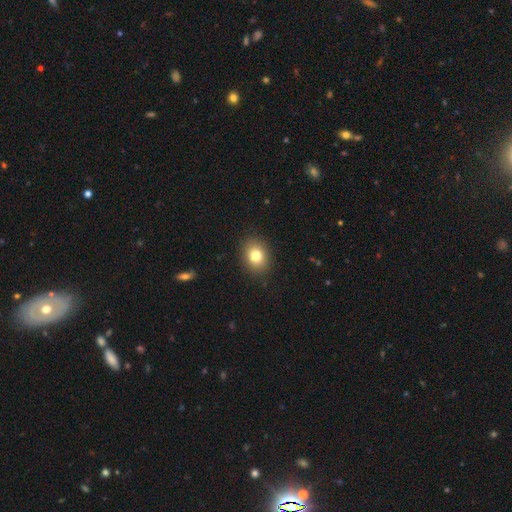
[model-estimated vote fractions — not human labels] Morphology: type=smooth (80%); roundness=round (51%); merging=none (89%).